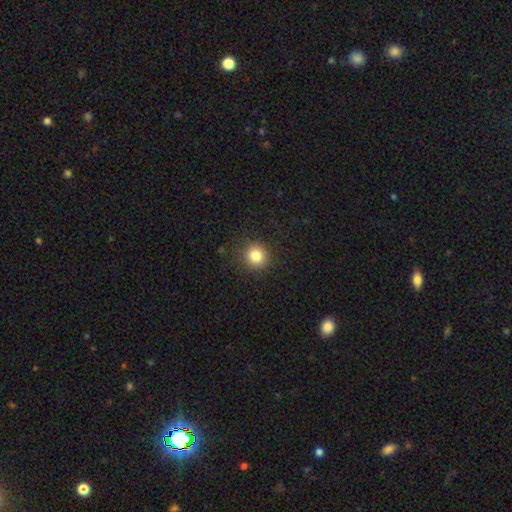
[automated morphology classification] Smooth or featured?
  - smooth: 82% *
  - star or artifact: 12%
  - featured or disk: 6%
How rounded?
  - round: 92% *
  - in between: 7%
  - cigar-shaped: 1%
Merging?
  - none: 90% *
  - minor disturbance: 7%
  - major disturbance: 3%
  - merger: 1%